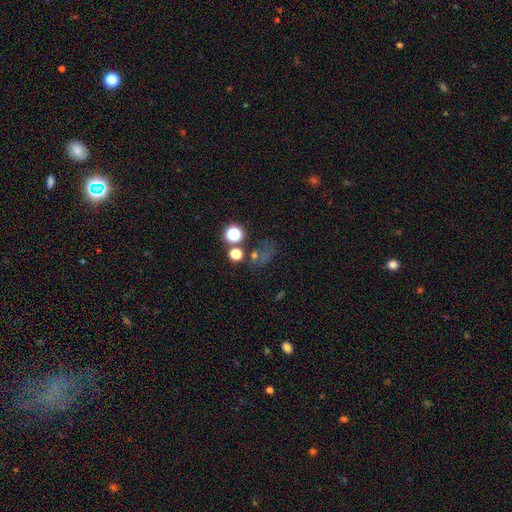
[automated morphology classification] smooth-or-featured: star or artifact: 46% | smooth: 40% | featured or disk: 14%